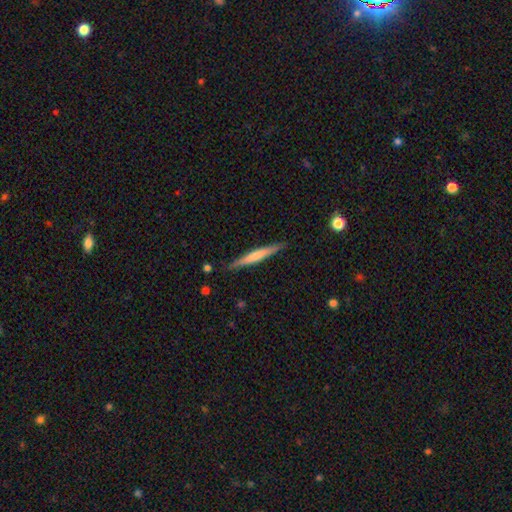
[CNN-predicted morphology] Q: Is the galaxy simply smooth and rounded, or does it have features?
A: smooth — 50%.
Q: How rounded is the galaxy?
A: cigar-shaped — 95%.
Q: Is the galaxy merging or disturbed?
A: none — 87%.